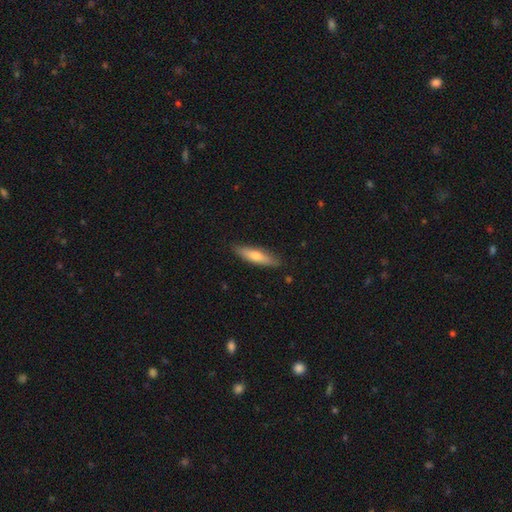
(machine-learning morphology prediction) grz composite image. It shows a smooth galaxy with no disk features (61%) that is cigar-shaped (77%). Merging: none (87%).